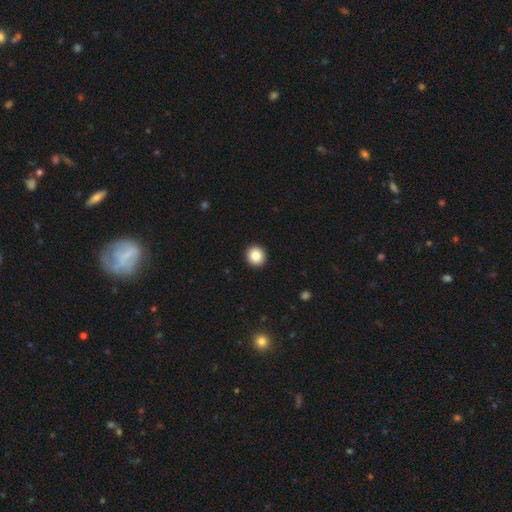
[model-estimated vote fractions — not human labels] smooth-or-featured: smooth: 85% | star or artifact: 9% | featured or disk: 6%
  how-rounded: round: 91% | in between: 8% | cigar-shaped: 1%
  merging: none: 94% | minor disturbance: 4% | major disturbance: 1% | merger: 1%